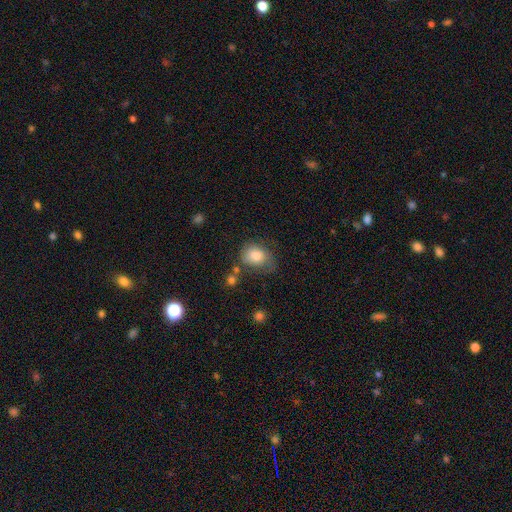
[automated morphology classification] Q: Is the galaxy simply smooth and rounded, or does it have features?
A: smooth — 78%.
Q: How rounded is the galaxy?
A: in between — 55%.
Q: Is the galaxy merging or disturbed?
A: none — 47%.